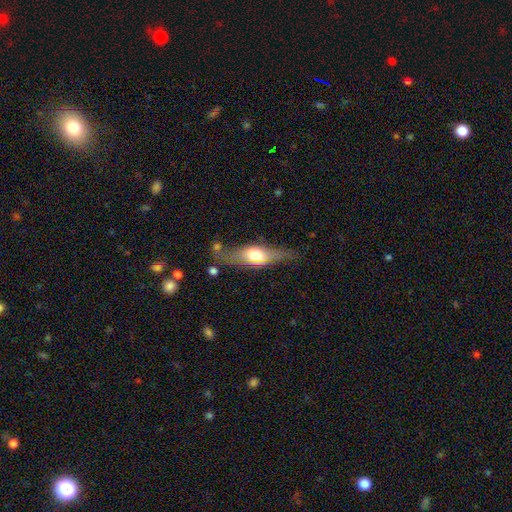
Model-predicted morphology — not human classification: The model was most divided on "smooth or featured": featured or disk: 57%, smooth: 34%, star or artifact: 8%. More confident: edge-on disk — yes (76%); merging — none (66%).